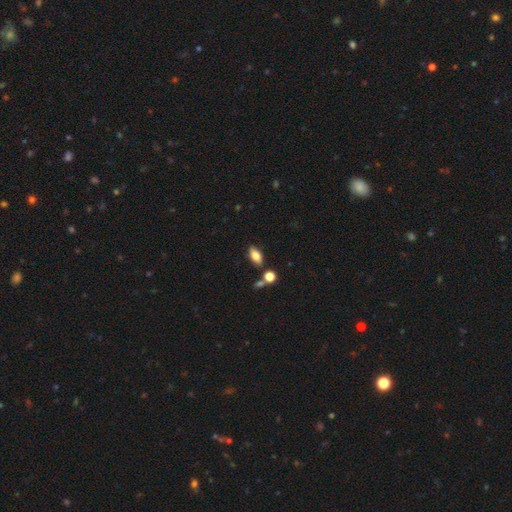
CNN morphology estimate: Smooth or featured: smooth — 80% (featured or disk — 12%)
How rounded: in between — 87% (cigar-shaped — 7%)
Merging: none — 77% (minor disturbance — 12%)